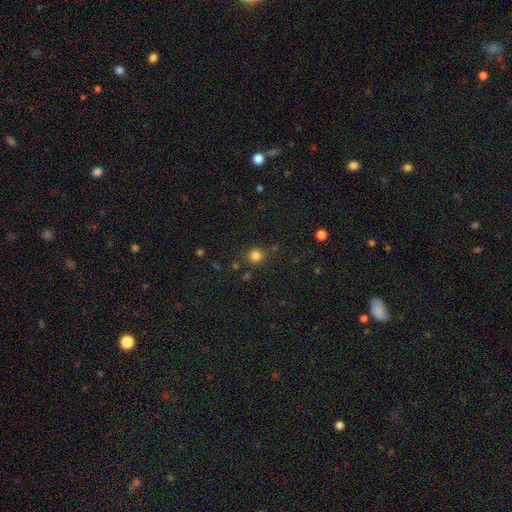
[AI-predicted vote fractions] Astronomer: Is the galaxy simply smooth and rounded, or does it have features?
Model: smooth — 81%.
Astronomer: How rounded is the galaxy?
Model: round — 89%.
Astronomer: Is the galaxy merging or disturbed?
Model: none — 81%.